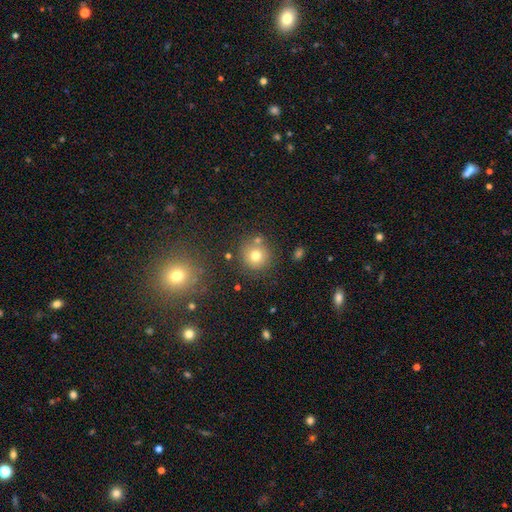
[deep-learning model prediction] Smooth or featured? Predicted: smooth (p=0.75). How rounded? Predicted: round (p=0.92). Merging? Predicted: none (p=0.76).